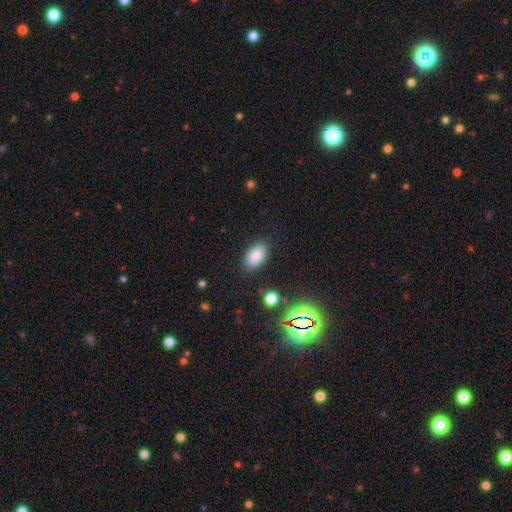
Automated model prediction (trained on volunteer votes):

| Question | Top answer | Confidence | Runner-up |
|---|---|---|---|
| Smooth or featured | smooth | 85% | star or artifact (10%) |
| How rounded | in between | 92% | round (6%) |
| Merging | none | 84% | minor disturbance (11%) |